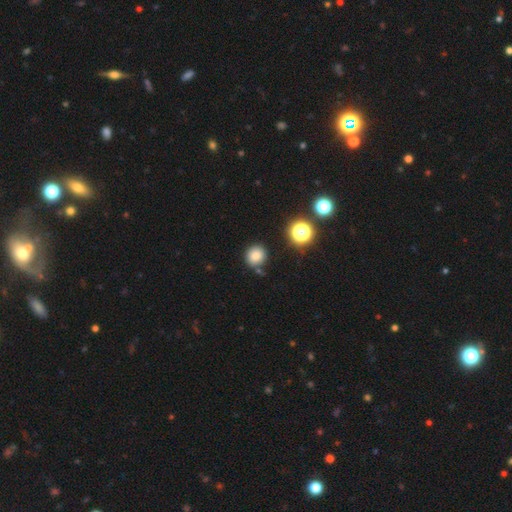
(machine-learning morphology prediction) smooth_or_featured: smooth (p=0.81) [alt: star or artifact p=0.13]
how_rounded: round (p=0.87) [alt: in between p=0.12]
merging: none (p=0.81) [alt: minor disturbance p=0.10]